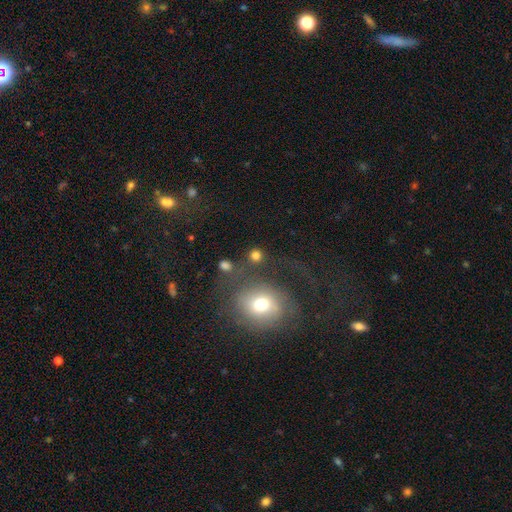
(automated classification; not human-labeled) This appears to be a smooth galaxy with no disk features (77%) that is round (86%). Merging: none (68%).